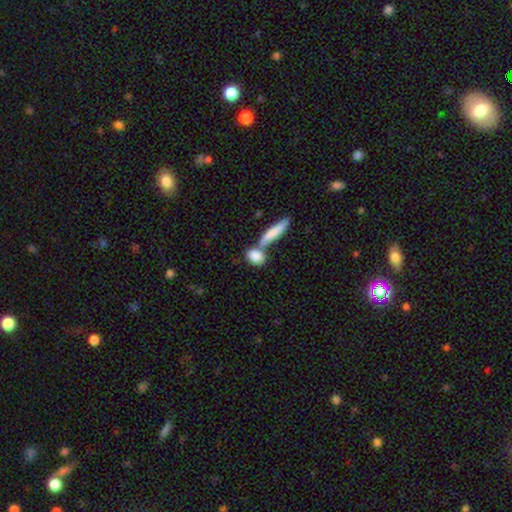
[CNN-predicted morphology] The model was most divided on "merging": merger: 43%, none: 41%, minor disturbance: 10%, major disturbance: 5%. More confident: smooth or featured — smooth (81%); how rounded — in between (60%).